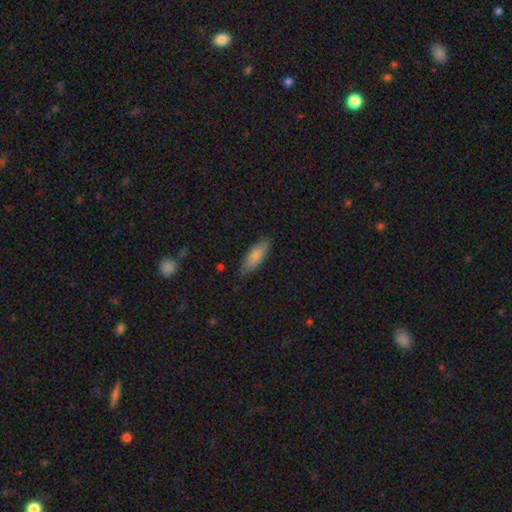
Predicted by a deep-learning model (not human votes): smooth 78%, featured or disk 16%, star or artifact 6%. Down the decision tree: how rounded — in between (62%); merging — none (80%).